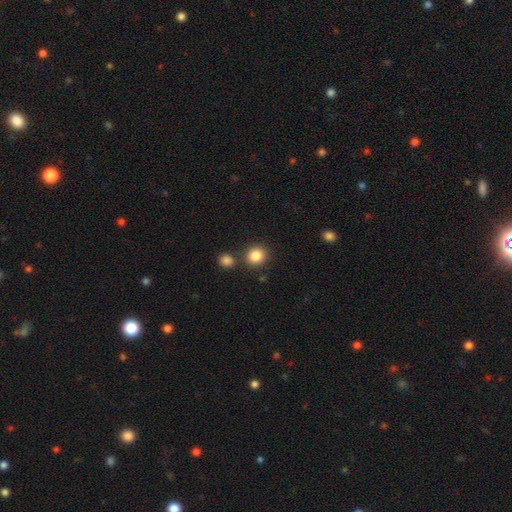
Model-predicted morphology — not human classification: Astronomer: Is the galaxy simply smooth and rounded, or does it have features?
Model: smooth — 86%.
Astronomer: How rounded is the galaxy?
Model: round — 83%.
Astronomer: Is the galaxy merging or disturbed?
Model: none — 79%.